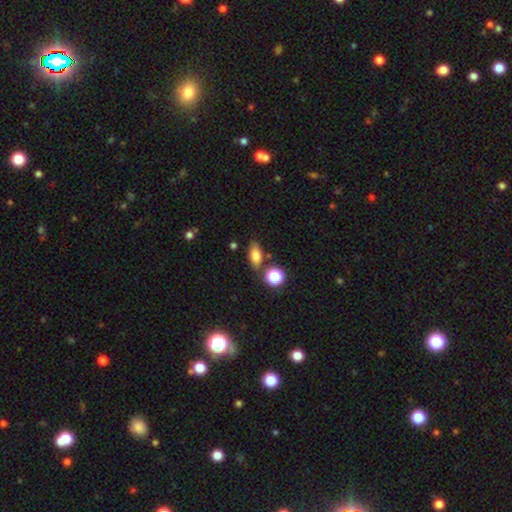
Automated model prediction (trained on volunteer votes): This appears to be a smooth galaxy with no disk features (78%) that is in between round and cigar-shaped (80%). Merging: none (73%).